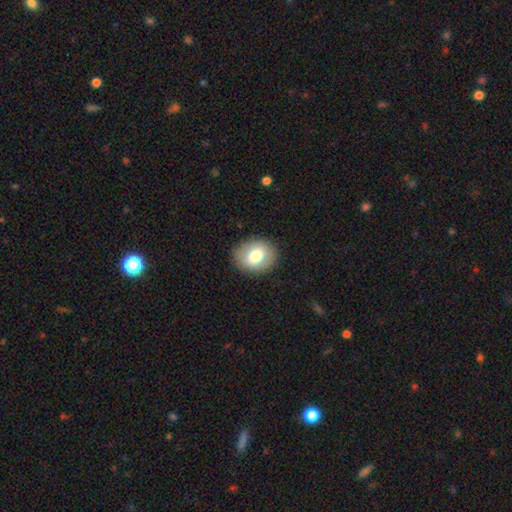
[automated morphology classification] A smooth galaxy with no disk features (72%) that is in between round and cigar-shaped (58%).

Vote fractions:
- Smooth or featured? smooth: 72% / featured or disk: 21% / star or artifact: 7%
- How rounded? in between: 58% / round: 41% / cigar-shaped: 1%
- Merging? none: 86% / minor disturbance: 10% / major disturbance: 3% / merger: 1%